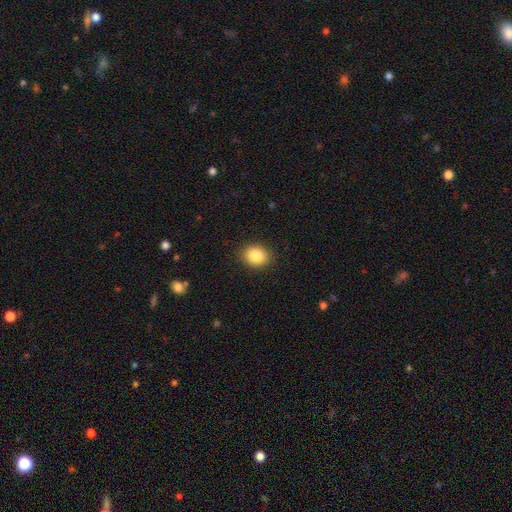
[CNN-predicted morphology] Smooth or featured?
  - smooth: 85% *
  - star or artifact: 9%
  - featured or disk: 6%
How rounded?
  - round: 59% *
  - in between: 40%
  - cigar-shaped: 1%
Merging?
  - none: 89% *
  - minor disturbance: 8%
  - major disturbance: 2%
  - merger: 1%